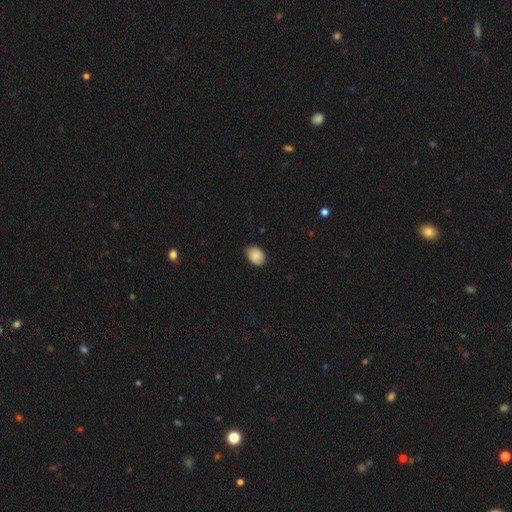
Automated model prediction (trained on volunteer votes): Morphology: type=smooth (85%); roundness=in between (73%); merging=none (83%).